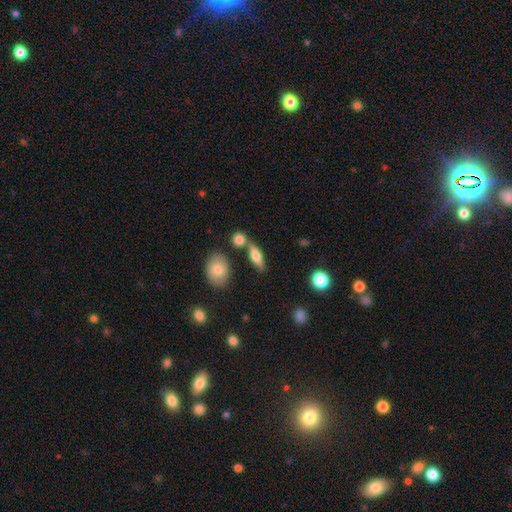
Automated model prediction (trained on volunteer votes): smooth_or_featured: smooth (p=0.57) [alt: featured or disk p=0.35]
how_rounded: in between (p=0.53) [alt: cigar-shaped p=0.39]
merging: none (p=0.67) [alt: merger p=0.16]